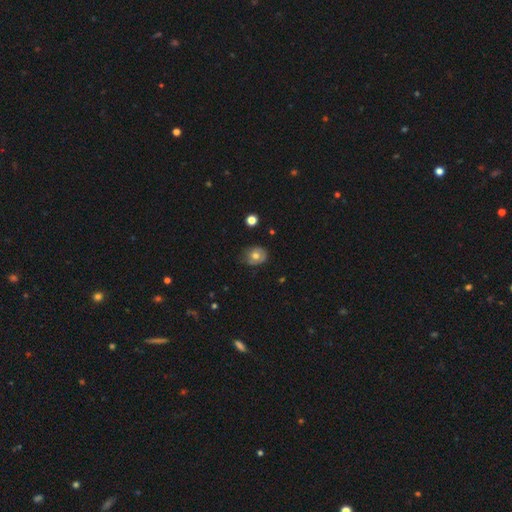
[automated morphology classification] Overall: smooth (63%; featured or disk 27%). How rounded: round (61%; in between 38%). Merging: none (65%; minor disturbance 27%).